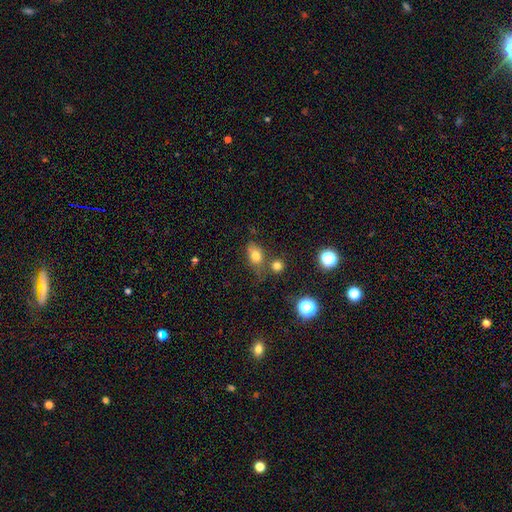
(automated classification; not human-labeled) smooth_or_featured: smooth (p=0.76) [alt: star or artifact p=0.13]
how_rounded: in between (p=0.69) [alt: round p=0.28]
merging: none (p=0.54) [alt: minor disturbance p=0.20]